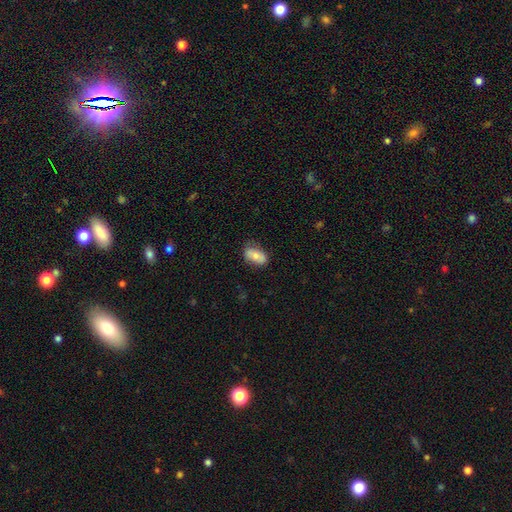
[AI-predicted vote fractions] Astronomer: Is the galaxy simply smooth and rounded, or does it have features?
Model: smooth — 71%.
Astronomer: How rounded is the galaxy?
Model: in between — 91%.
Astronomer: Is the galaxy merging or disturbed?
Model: none — 71%.